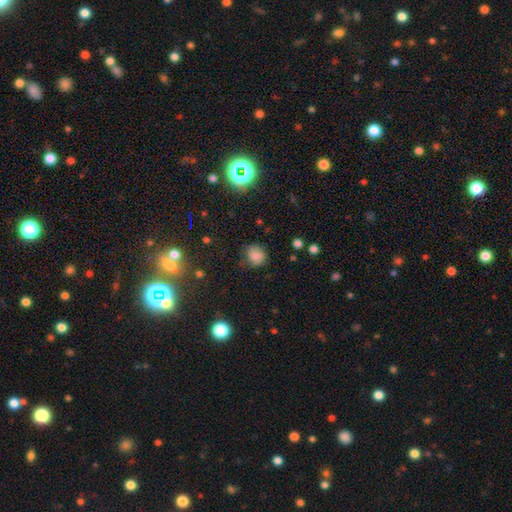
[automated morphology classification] Smooth or featured: smooth — 78% (star or artifact — 14%)
How rounded: round — 72% (in between — 27%)
Merging: none — 67% (minor disturbance — 23%)